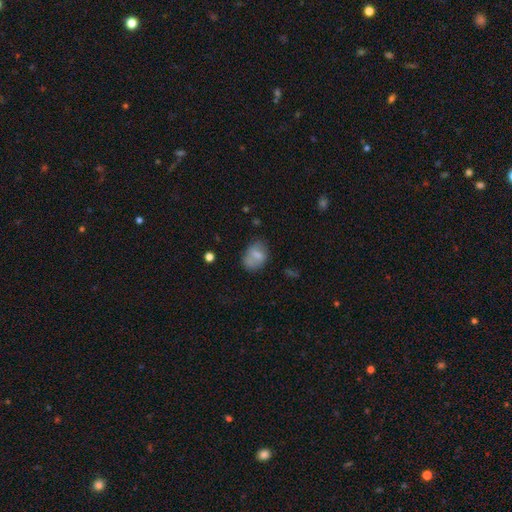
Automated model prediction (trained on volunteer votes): smooth-or-featured: smooth: 70% | featured or disk: 21% | star or artifact: 9%
  how-rounded: in between: 74% | round: 24% | cigar-shaped: 2%
  merging: none: 59% | minor disturbance: 25% | major disturbance: 9% | merger: 6%